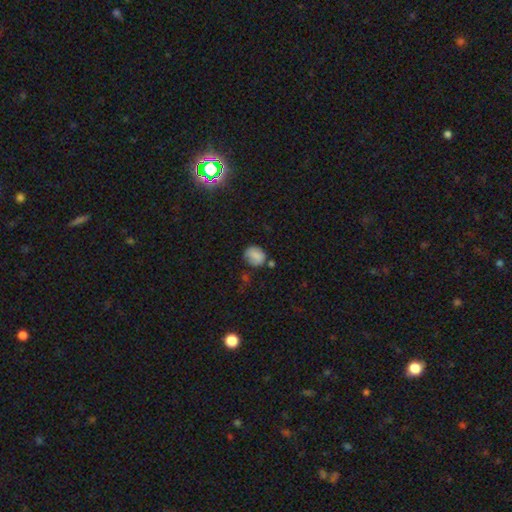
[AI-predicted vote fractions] smooth-or-featured: smooth: 79% | featured or disk: 11% | star or artifact: 10%
  how-rounded: round: 62% | in between: 36% | cigar-shaped: 1%
  merging: none: 64% | minor disturbance: 23% | merger: 7% | major disturbance: 6%